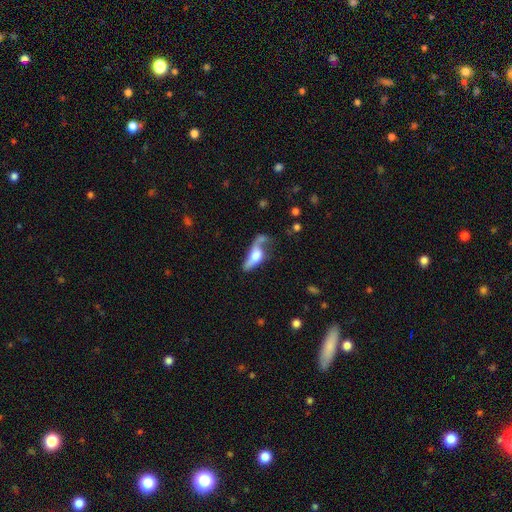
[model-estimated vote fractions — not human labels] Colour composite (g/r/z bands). It shows a featured or disk galaxy (50%). Merging: major disturbance (36%).